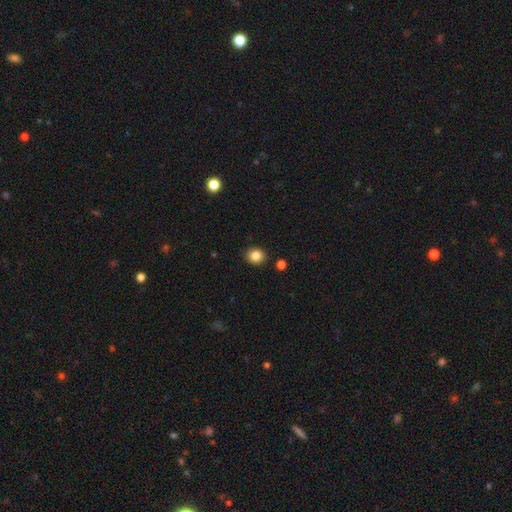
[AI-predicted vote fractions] Q: Smooth or featured?
A: smooth (84%); runner-up: star or artifact (10%)
Q: How rounded?
A: round (76%); runner-up: in between (23%)
Q: Merging?
A: none (89%); runner-up: minor disturbance (7%)